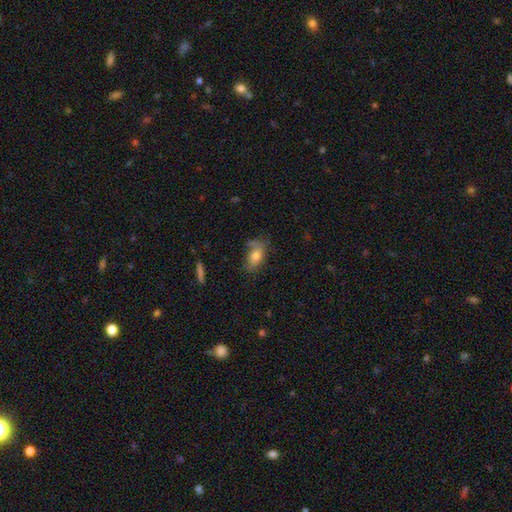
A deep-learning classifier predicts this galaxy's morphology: smooth_or_featured: smooth (p=0.71) [alt: featured or disk p=0.21]
how_rounded: in between (p=0.88) [alt: round p=0.08]
merging: none (p=0.55) [alt: minor disturbance p=0.27]